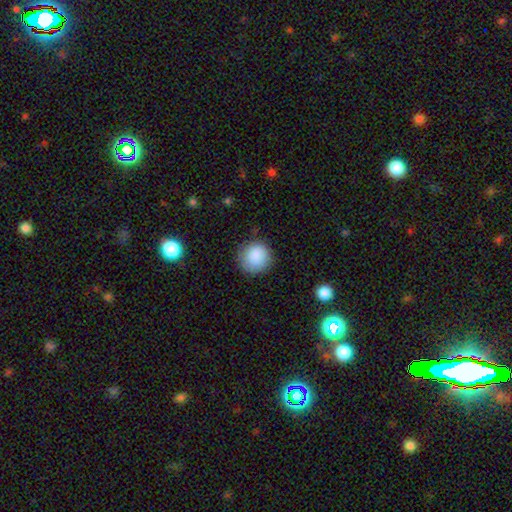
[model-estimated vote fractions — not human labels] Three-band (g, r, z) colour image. It shows a smooth galaxy with no disk features (88%) that is round (93%). Merging: none (87%).